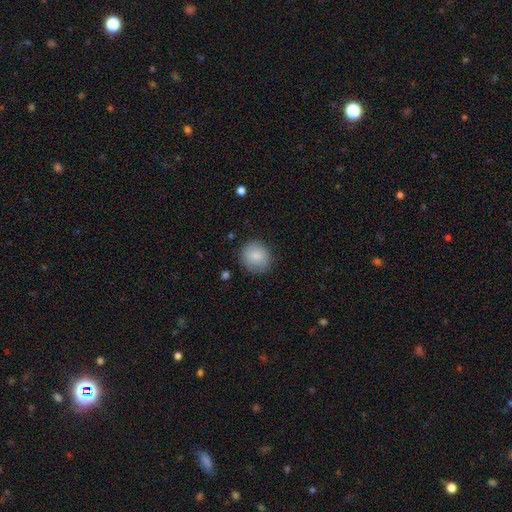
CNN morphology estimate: The model was most divided on "merging": none: 86%, minor disturbance: 10%, major disturbance: 3%, merger: 1%. More confident: how rounded — round (89%); smooth or featured — smooth (86%).